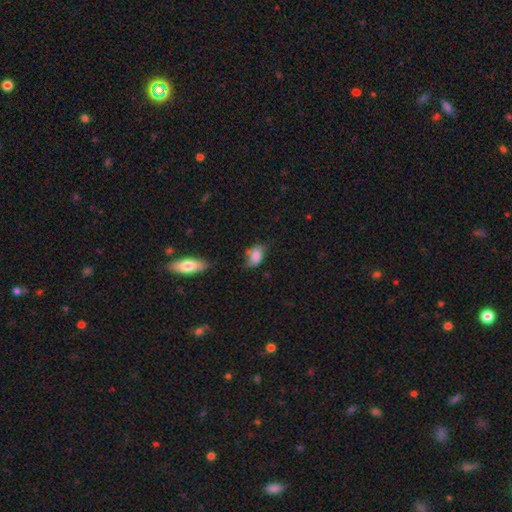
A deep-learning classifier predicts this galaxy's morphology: Smooth or featured? Predicted: smooth (p=0.79). How rounded? Predicted: in between (p=0.88). Merging? Predicted: none (p=0.50).